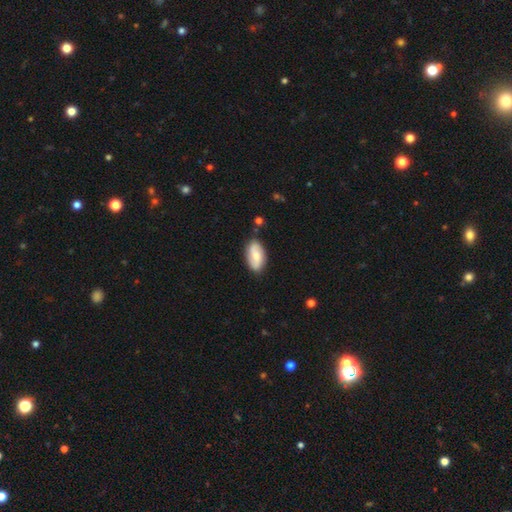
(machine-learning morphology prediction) Smooth or featured? Predicted: smooth (p=0.50). How rounded? Predicted: in between (p=0.92). Merging? Predicted: none (p=0.83).